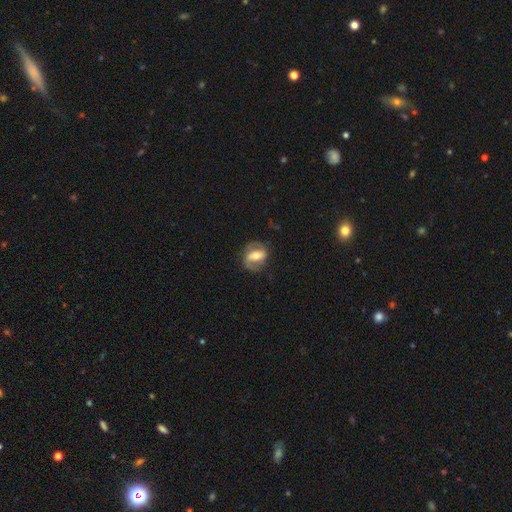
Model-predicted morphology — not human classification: A featured or disk galaxy (61%) with a strong bar (46%), spiral arms (69%) and a moderate central bulge (61%).

Vote fractions:
- Smooth or featured? featured or disk: 61% / smooth: 33% / star or artifact: 7%
- Edge-on disk? no: 93% / yes: 7%
- Bar? strong: 46% / weak: 33% / no: 22%
- Spiral arms? yes: 69% / no: 31%
- Bulge size? moderate: 61% / small: 24% / large: 11% / none: 2% / dominant: 2%
- Merging? none: 68% / minor disturbance: 19% / major disturbance: 11% / merger: 1%